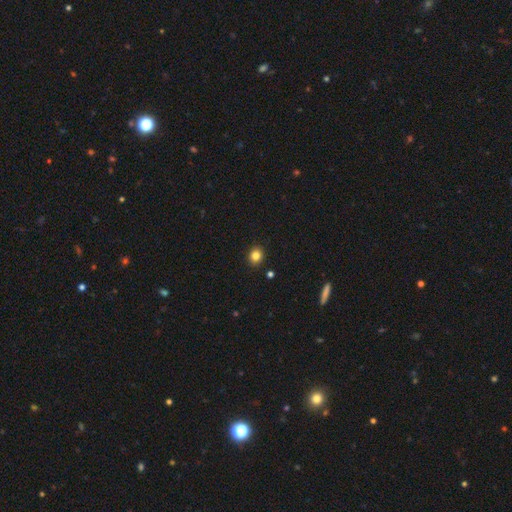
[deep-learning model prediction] A smooth galaxy with no disk features (83%) that is round (76%). Merging: none (91%).